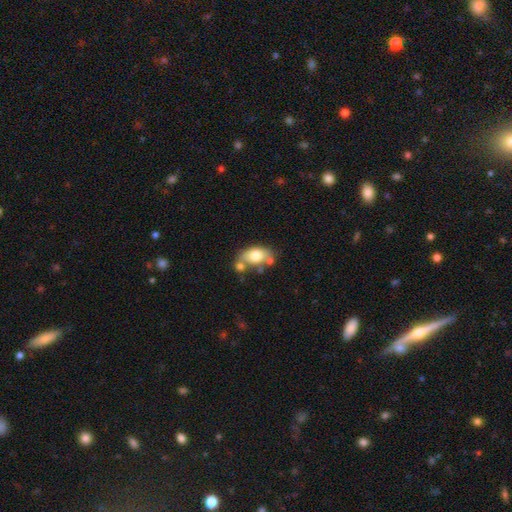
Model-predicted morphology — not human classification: smooth-or-featured: smooth: 72% | featured or disk: 20% | star or artifact: 7%
  how-rounded: in between: 88% | round: 10% | cigar-shaped: 2%
  merging: none: 51% | merger: 25% | minor disturbance: 18% | major disturbance: 6%